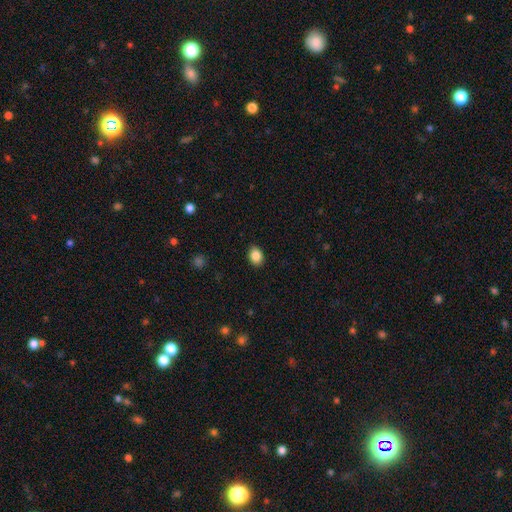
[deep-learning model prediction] Smooth or featured: smooth — 87% (star or artifact — 9%)
How rounded: in between — 66% (round — 33%)
Merging: none — 88% (minor disturbance — 9%)